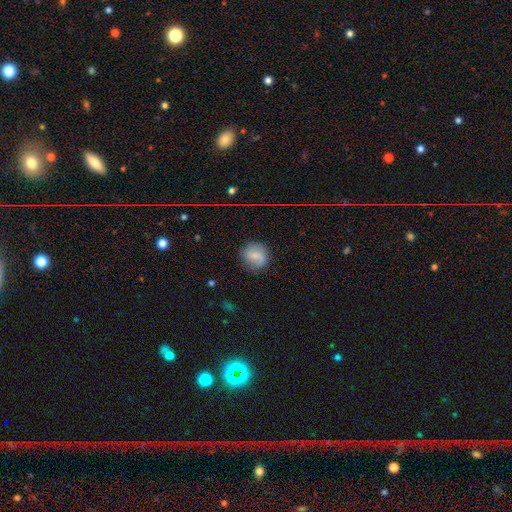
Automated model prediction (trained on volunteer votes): Smooth or featured: smooth — 67% (featured or disk — 23%)
How rounded: round — 80% (in between — 19%)
Merging: none — 76% (minor disturbance — 17%)